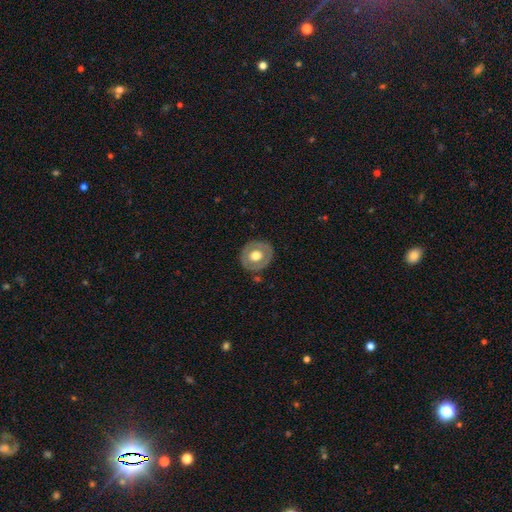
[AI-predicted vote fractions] Smooth or featured? Predicted: smooth (p=0.49). Merging? Predicted: none (p=0.84).